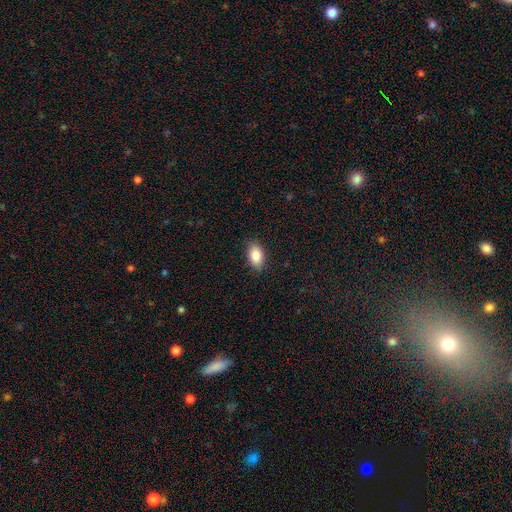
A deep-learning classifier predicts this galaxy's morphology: Smooth or featured? Predicted: smooth (p=0.86). How rounded? Predicted: in between (p=0.91). Merging? Predicted: none (p=0.84).